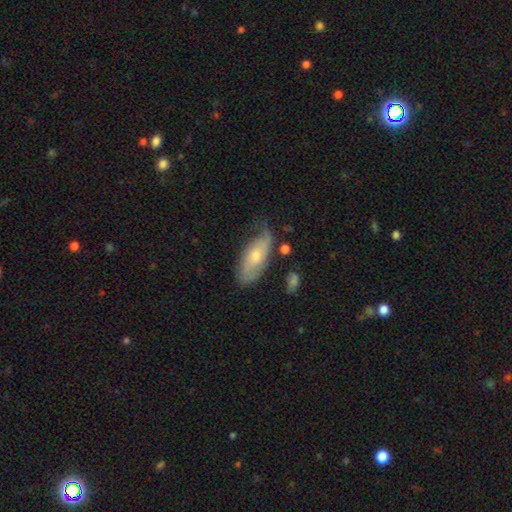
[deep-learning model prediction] Q: Smooth or featured?
A: featured or disk (49%); runner-up: smooth (44%)
Q: Merging?
A: none (58%); runner-up: minor disturbance (29%)